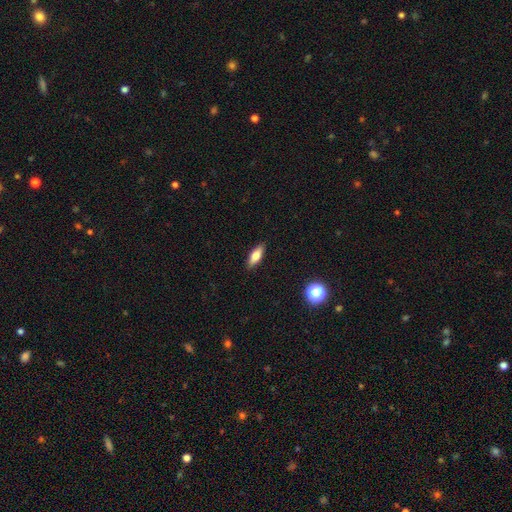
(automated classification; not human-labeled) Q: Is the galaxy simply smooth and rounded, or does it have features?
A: smooth — 66%.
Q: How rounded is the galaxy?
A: in between — 61%.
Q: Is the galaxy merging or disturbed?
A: none — 89%.